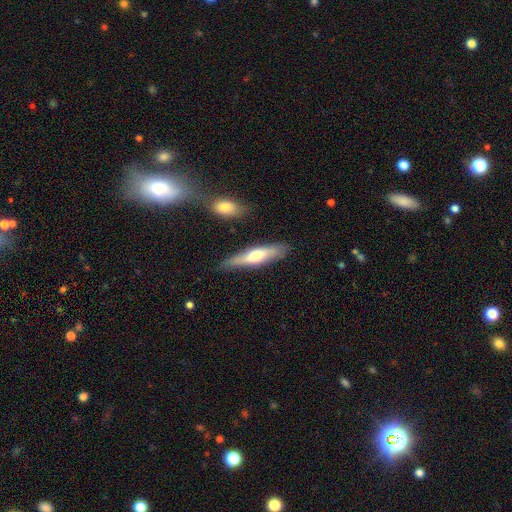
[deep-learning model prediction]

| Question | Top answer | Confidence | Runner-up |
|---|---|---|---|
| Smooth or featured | smooth | 52% | featured or disk (42%) |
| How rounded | cigar-shaped | 77% | in between (21%) |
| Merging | none | 81% | minor disturbance (13%) |